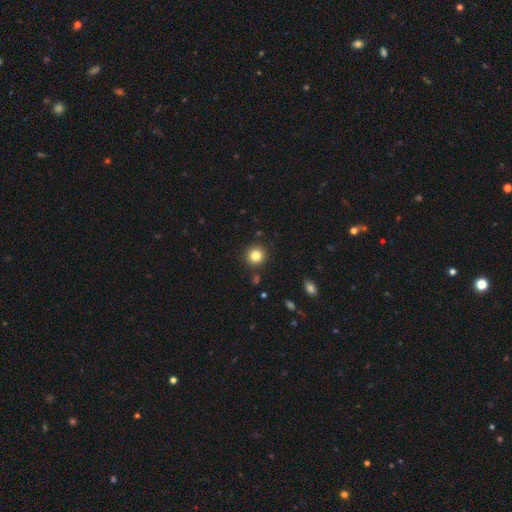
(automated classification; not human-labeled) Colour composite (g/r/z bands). It shows a smooth galaxy with no disk features (82%) that is round (93%). Merging: none (90%).